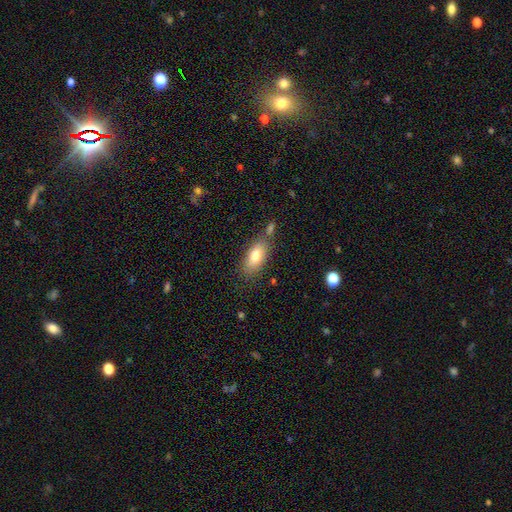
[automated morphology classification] A smooth galaxy with no disk features (78%) that is in between round and cigar-shaped (85%). Merging: none (69%).